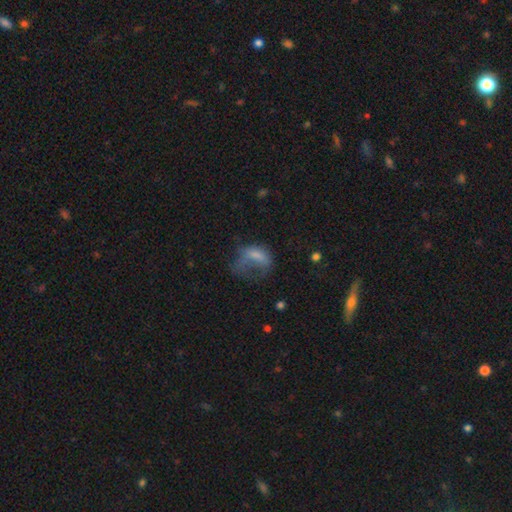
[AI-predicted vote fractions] smooth 60%, featured or disk 26%, star or artifact 14%. Down the decision tree: how rounded — in between (78%); merging — major disturbance (63%).